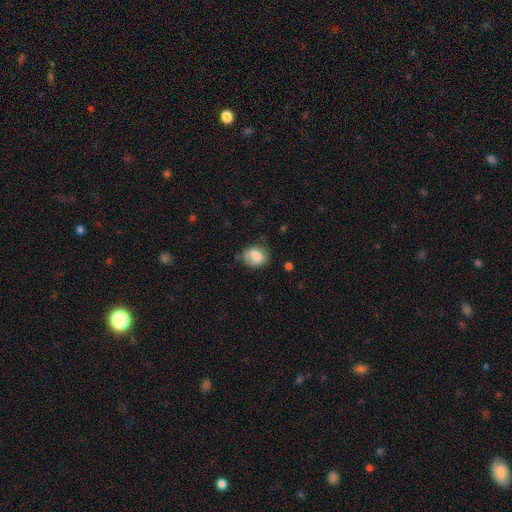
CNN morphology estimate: Smooth or featured? Predicted: smooth (p=0.80). How rounded? Predicted: round (p=0.57). Merging? Predicted: none (p=0.59).